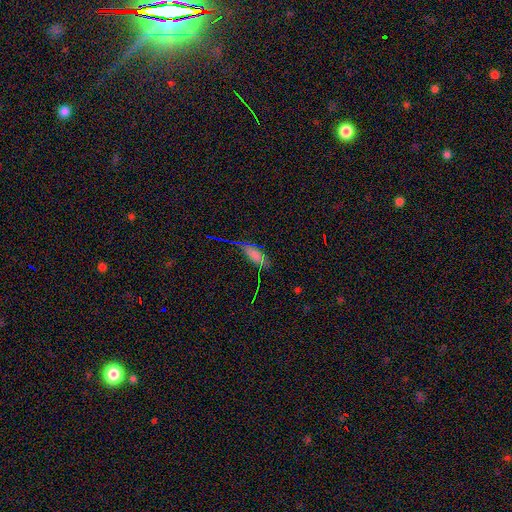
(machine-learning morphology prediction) smooth-or-featured: smooth: 61% | star or artifact: 27% | featured or disk: 12%
  how-rounded: in between: 83% | cigar-shaped: 13% | round: 4%
  merging: none: 70% | minor disturbance: 19% | major disturbance: 7% | merger: 4%